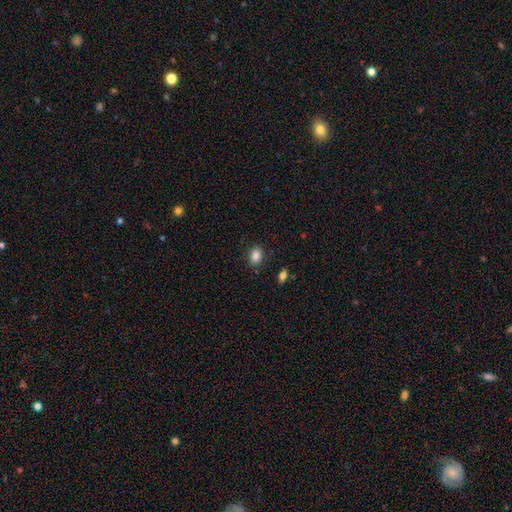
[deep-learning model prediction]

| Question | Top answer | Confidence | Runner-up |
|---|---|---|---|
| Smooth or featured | smooth | 86% | star or artifact (9%) |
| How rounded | in between | 66% | round (33%) |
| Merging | none | 86% | minor disturbance (10%) |